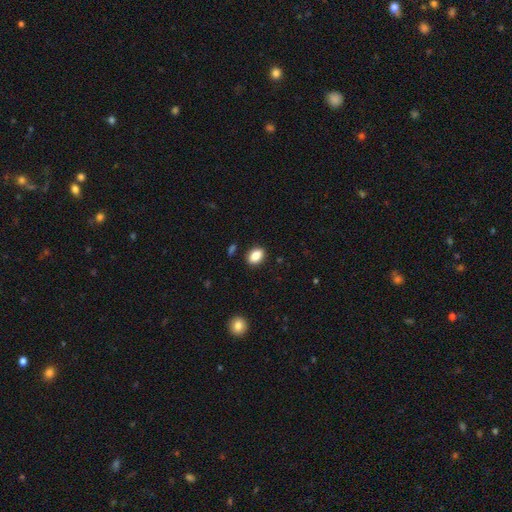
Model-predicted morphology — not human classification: smooth_or_featured: smooth (p=0.87) [alt: star or artifact p=0.08]
how_rounded: in between (p=0.79) [alt: round p=0.20]
merging: none (p=0.89) [alt: minor disturbance p=0.08]